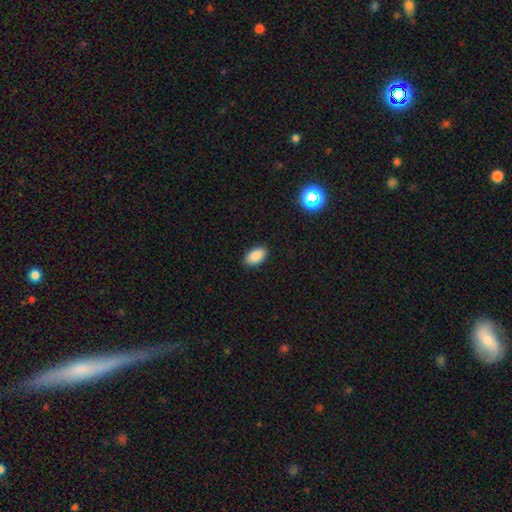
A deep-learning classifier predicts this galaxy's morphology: smooth_or_featured: smooth (p=0.89) [alt: star or artifact p=0.08]
how_rounded: in between (p=0.94) [alt: round p=0.04]
merging: none (p=0.89) [alt: minor disturbance p=0.08]